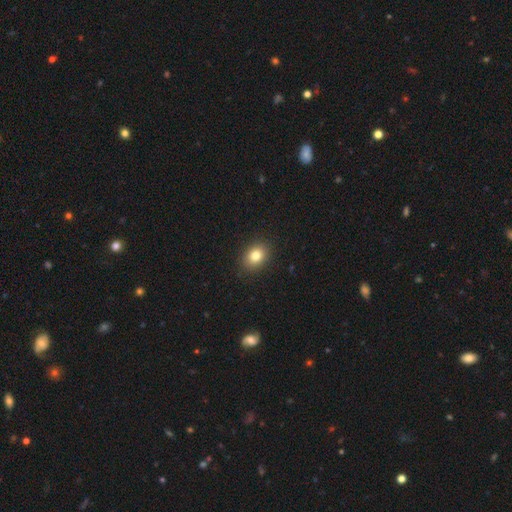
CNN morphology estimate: A smooth galaxy with no disk features (82%) that is in between round and cigar-shaped (69%).

Vote fractions:
- Smooth or featured? smooth: 82% / star or artifact: 10% / featured or disk: 8%
- How rounded? in between: 69% / round: 30% / cigar-shaped: 1%
- Merging? none: 89% / minor disturbance: 8% / major disturbance: 2% / merger: 1%